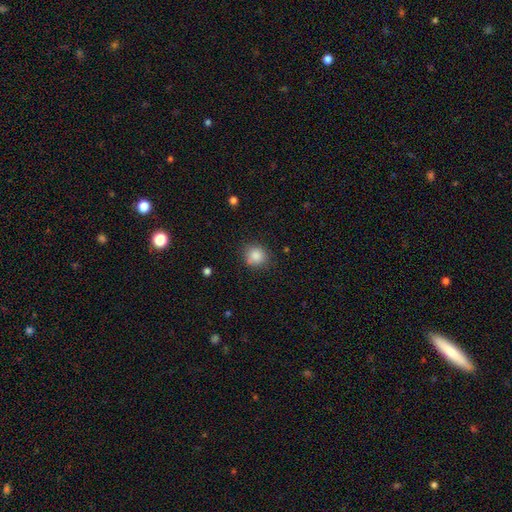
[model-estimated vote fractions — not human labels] Smooth or featured: smooth — 86% (star or artifact — 10%)
How rounded: round — 85% (in between — 14%)
Merging: none — 81% (minor disturbance — 13%)